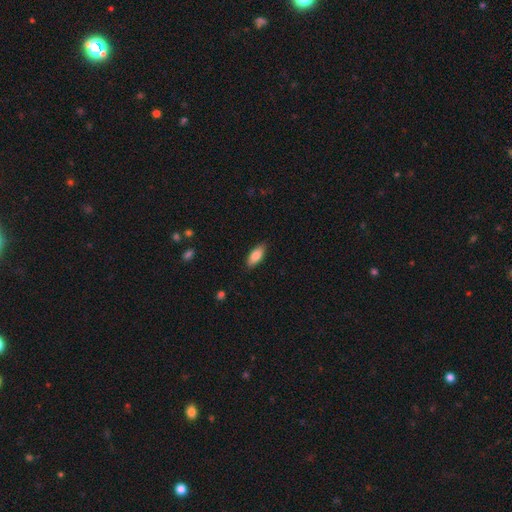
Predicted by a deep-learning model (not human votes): Q: Smooth or featured?
A: smooth (83%); runner-up: featured or disk (11%)
Q: How rounded?
A: in between (82%); runner-up: cigar-shaped (16%)
Q: Merging?
A: none (87%); runner-up: minor disturbance (10%)